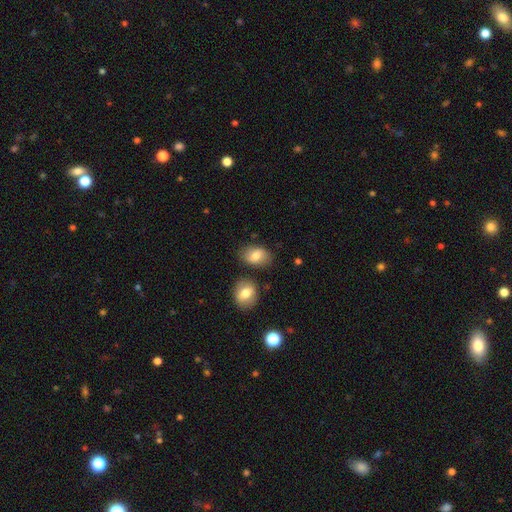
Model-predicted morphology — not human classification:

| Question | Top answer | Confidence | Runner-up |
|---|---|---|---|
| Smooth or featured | smooth | 77% | featured or disk (15%) |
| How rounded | in between | 81% | round (18%) |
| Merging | none | 74% | minor disturbance (15%) |